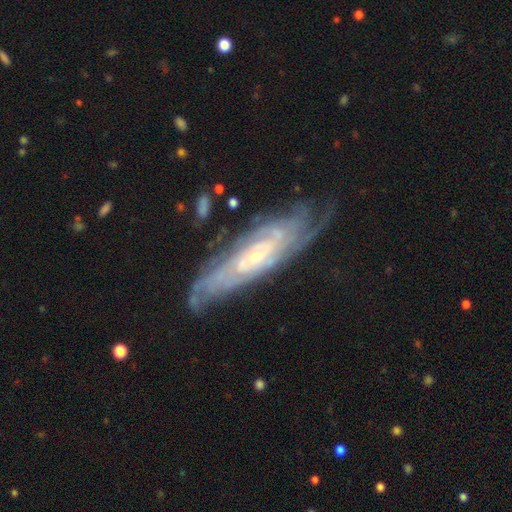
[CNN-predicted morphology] featured or disk 85%, smooth 9%, star or artifact 6%. Down the decision tree: edge-on disk — no (82%); bar — no (62%); spiral arms — yes (95%); spiral arm count — can't tell (45%); spiral winding — tight (75%); bulge size — small (75%); merging — none (72%).